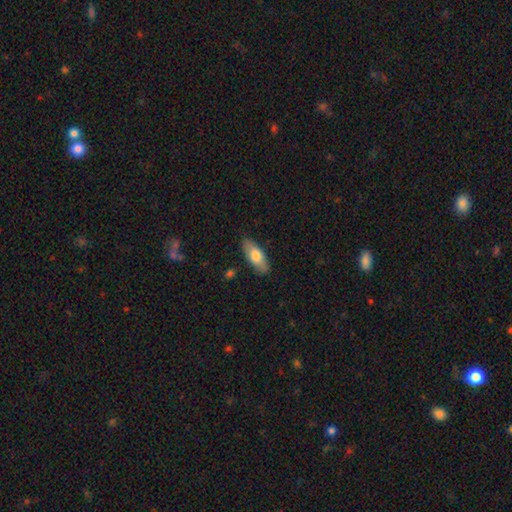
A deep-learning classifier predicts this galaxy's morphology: A smooth galaxy with no disk features (73%) that is in between round and cigar-shaped (78%).

Vote fractions:
- Smooth or featured? smooth: 73% / featured or disk: 21% / star or artifact: 6%
- How rounded? in between: 78% / cigar-shaped: 20% / round: 2%
- Merging? none: 86% / minor disturbance: 11% / major disturbance: 2% / merger: 1%